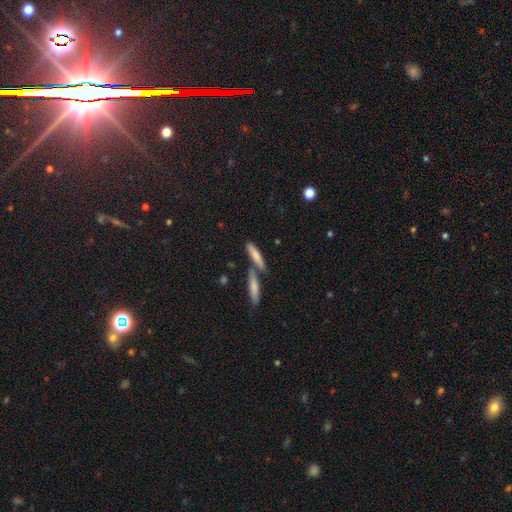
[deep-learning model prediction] smooth-or-featured: smooth: 72% | featured or disk: 21% | star or artifact: 7%
  how-rounded: cigar-shaped: 78% | in between: 20% | round: 2%
  merging: none: 55% | merger: 31% | minor disturbance: 11% | major disturbance: 3%